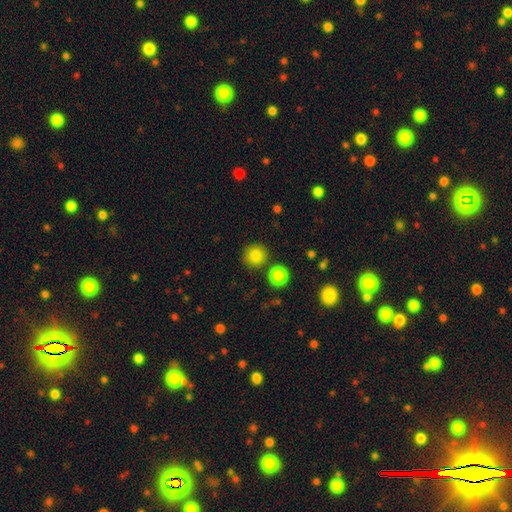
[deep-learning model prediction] Smooth or featured?
  - smooth: 85% *
  - star or artifact: 11%
  - featured or disk: 5%
How rounded?
  - round: 92% *
  - in between: 7%
  - cigar-shaped: 1%
Merging?
  - none: 82% *
  - minor disturbance: 8%
  - merger: 7%
  - major disturbance: 3%